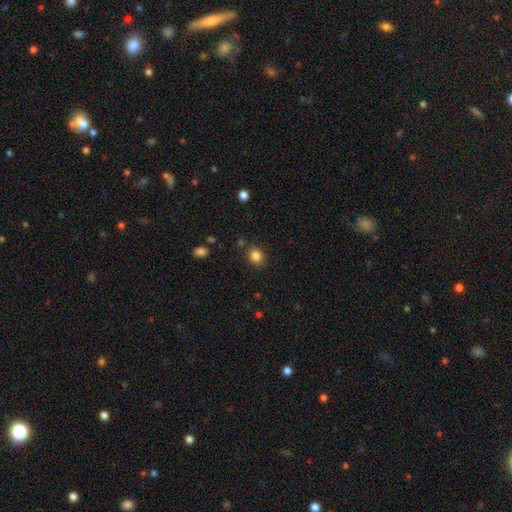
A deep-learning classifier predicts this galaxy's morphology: Q: Smooth or featured?
A: smooth (84%); runner-up: star or artifact (12%)
Q: How rounded?
A: round (84%); runner-up: in between (15%)
Q: Merging?
A: none (83%); runner-up: minor disturbance (9%)